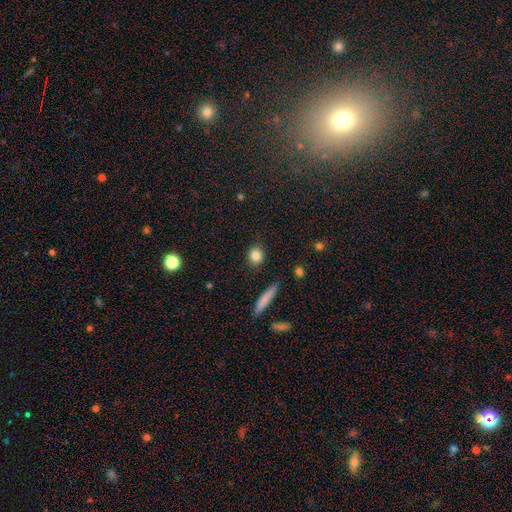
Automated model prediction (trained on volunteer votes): Smooth or featured? smooth (83%)
How rounded? round (68%)
Merging? none (88%)